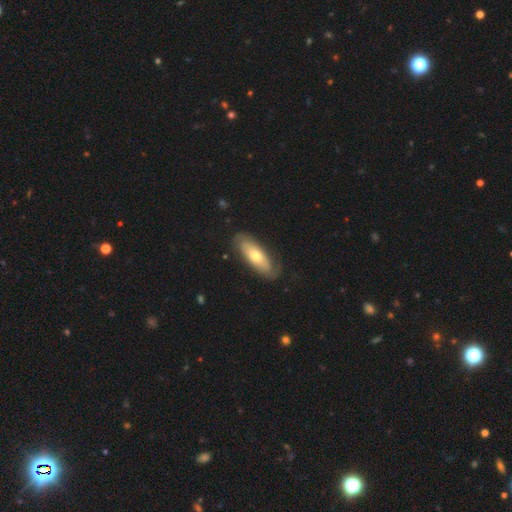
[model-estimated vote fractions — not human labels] Smooth or featured? Predicted: smooth (p=0.50). How rounded? Predicted: in between (p=0.73). Merging? Predicted: none (p=0.79).